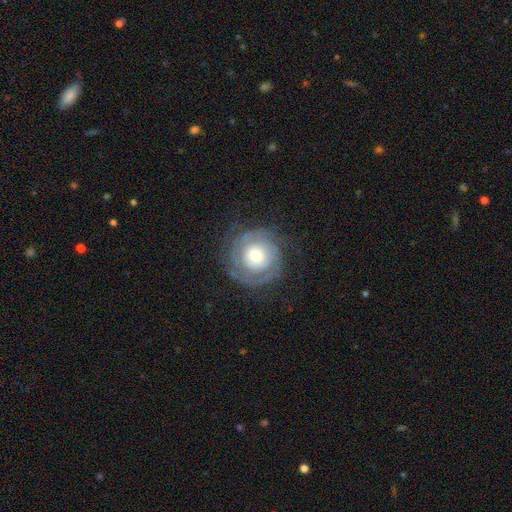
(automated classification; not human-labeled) This is likely a featured or disk galaxy (74%). It is clearly not viewed edge-on (97%). Bar: likely no (77%). Spiral arm pattern: clearly yes (85%). Spiral arm count: marginally 2 (41%). Spiral winding: likely tight (74%). Central bulge: possibly moderate (58%). Merging: likely none (75%).